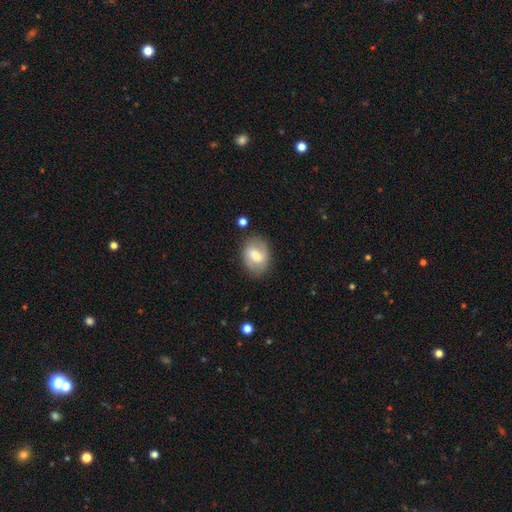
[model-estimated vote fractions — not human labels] smooth 48%, featured or disk 45%, star or artifact 7%. Down the decision tree: merging — none (78%).